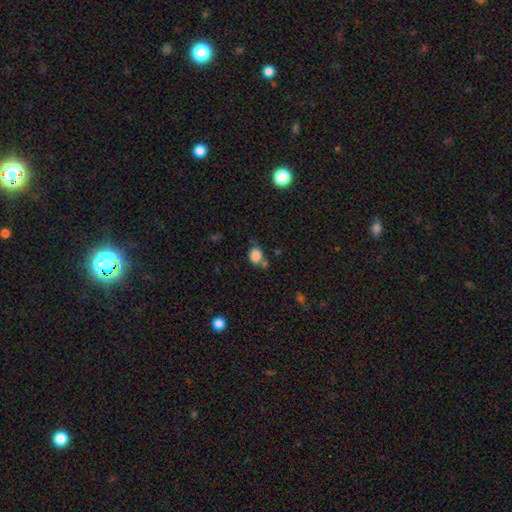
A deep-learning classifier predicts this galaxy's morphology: Q: Smooth or featured?
A: smooth (83%); runner-up: star or artifact (11%)
Q: How rounded?
A: round (57%); runner-up: in between (42%)
Q: Merging?
A: none (53%); runner-up: minor disturbance (20%)